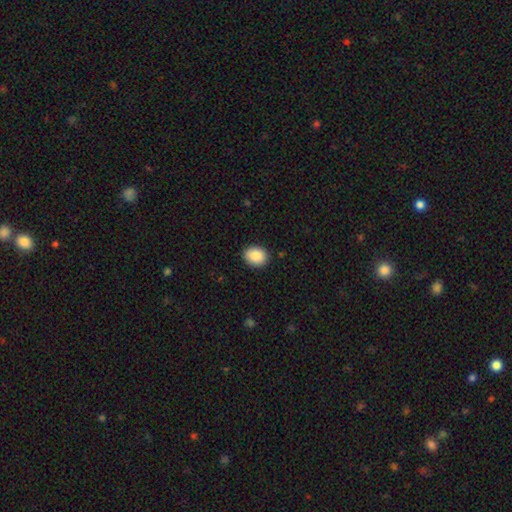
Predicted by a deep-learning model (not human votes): A smooth galaxy with no disk features (88%) that is in between round and cigar-shaped (53%). Merging: none (90%).